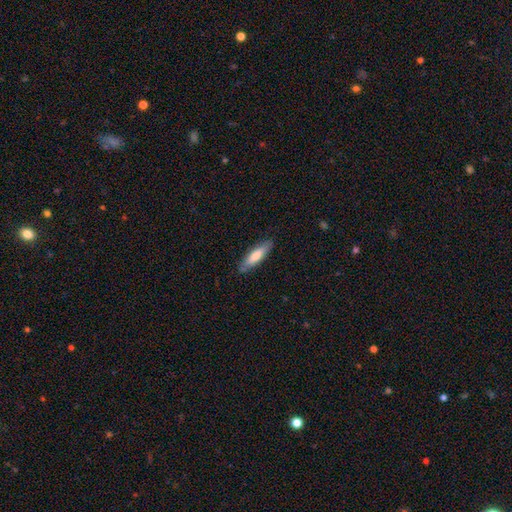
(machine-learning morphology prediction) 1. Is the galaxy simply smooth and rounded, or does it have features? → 71% smooth, 24% featured or disk, 5% star or artifact.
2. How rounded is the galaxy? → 66% cigar-shaped, 33% in between, 1% round.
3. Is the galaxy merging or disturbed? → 84% none, 13% minor disturbance, 2% major disturbance, 1% merger.